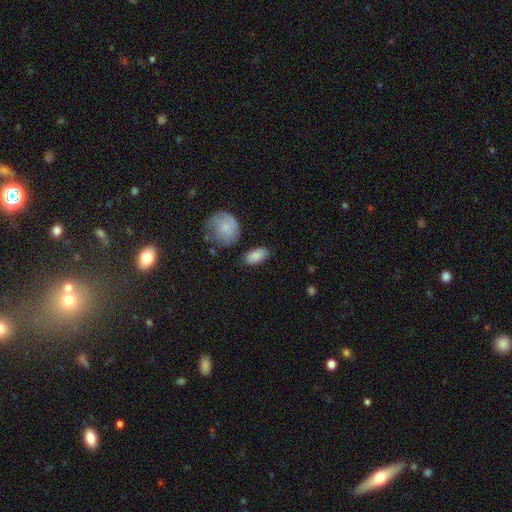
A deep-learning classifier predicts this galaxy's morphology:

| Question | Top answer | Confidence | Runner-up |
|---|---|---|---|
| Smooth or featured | smooth | 85% | featured or disk (8%) |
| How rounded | in between | 91% | cigar-shaped (5%) |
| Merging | none | 79% | minor disturbance (13%) |